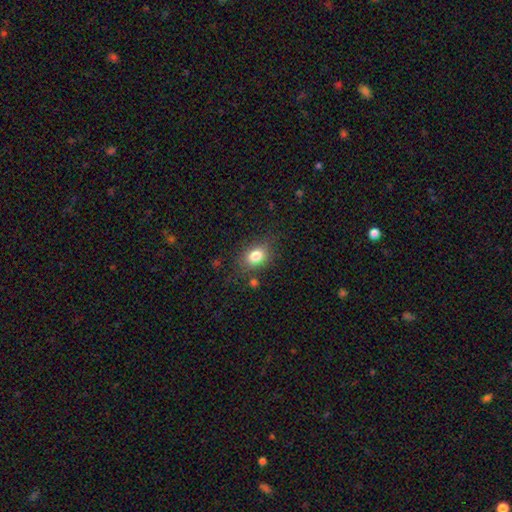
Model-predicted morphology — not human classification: smooth 81%, star or artifact 10%, featured or disk 9%. Down the decision tree: how rounded — in between (69%); merging — none (75%).